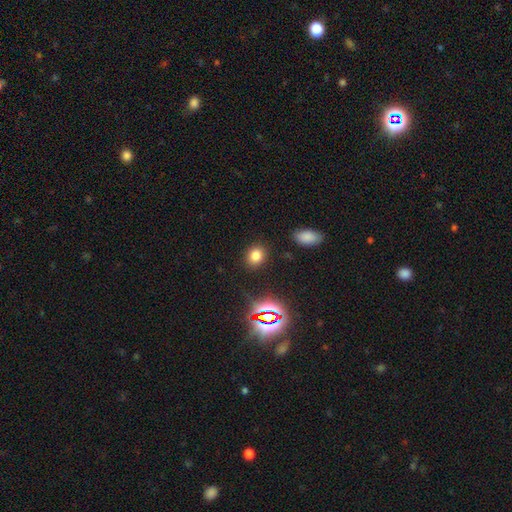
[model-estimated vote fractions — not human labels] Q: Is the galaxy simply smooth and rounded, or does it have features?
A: smooth — 76%.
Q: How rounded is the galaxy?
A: round — 57%.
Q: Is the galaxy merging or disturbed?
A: none — 87%.